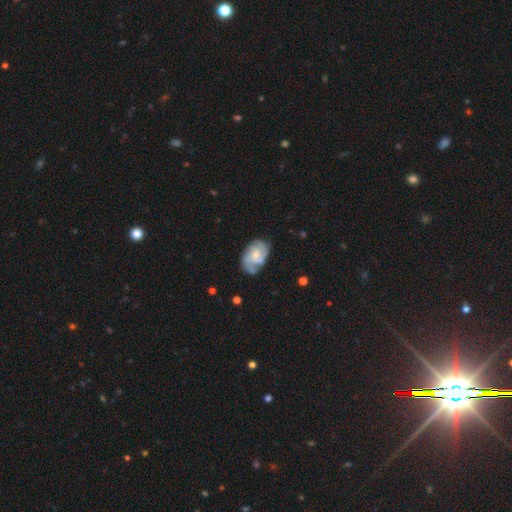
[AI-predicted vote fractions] The model was most divided on "bulge size": small: 46%, moderate: 45%, none: 5%, large: 3%, dominant: 1%. Remaining: edge-on disk — no (97%); spiral arms — yes (96%); smooth or featured — featured or disk (81%); merging — none (71%); bar — no (62%); spiral winding — tight (50%); spiral arm count — 3 (41%).